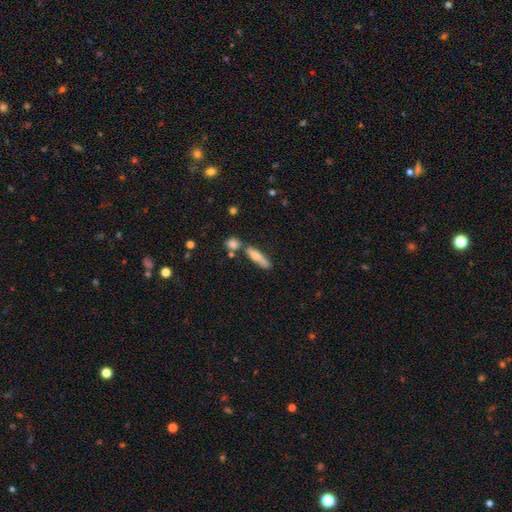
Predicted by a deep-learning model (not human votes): Smooth or featured: smooth — 60% (featured or disk — 31%)
How rounded: cigar-shaped — 75% (in between — 22%)
Merging: none — 58% (merger — 19%)